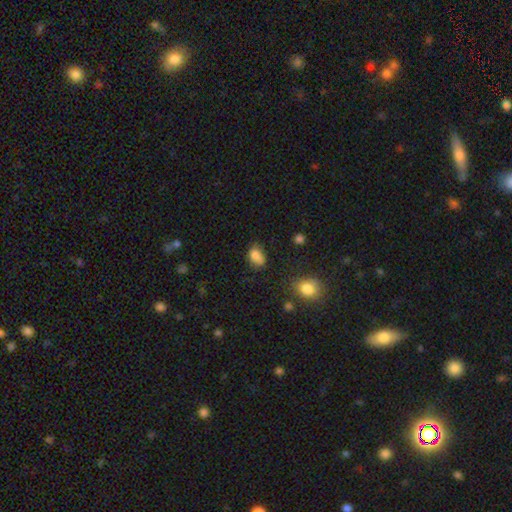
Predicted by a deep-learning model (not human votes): Smooth or featured? Predicted: smooth (p=0.80). How rounded? Predicted: in between (p=0.75). Merging? Predicted: none (p=0.52).